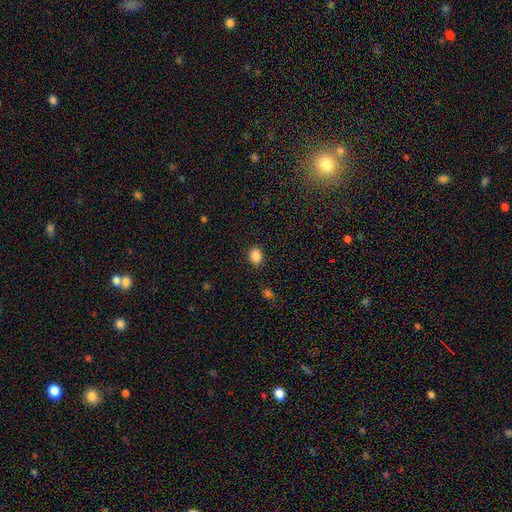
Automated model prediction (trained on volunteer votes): This appears to be a smooth galaxy with no disk features (86%) that is in between round and cigar-shaped (51%). Merging: none (88%).